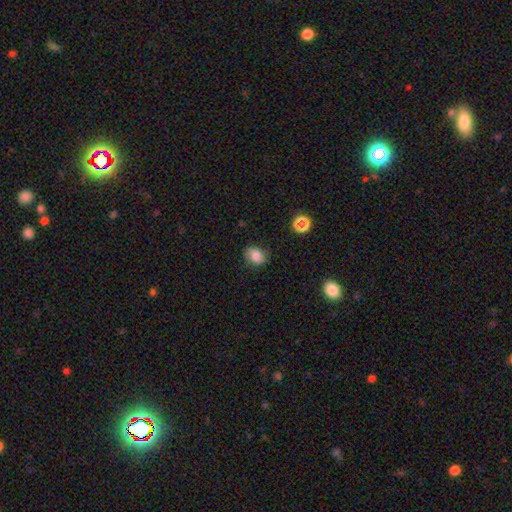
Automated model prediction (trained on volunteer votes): The model was most divided on "how rounded": in between: 51%, round: 47%, cigar-shaped: 1%. More confident: merging — none (80%); smooth or featured — smooth (77%).